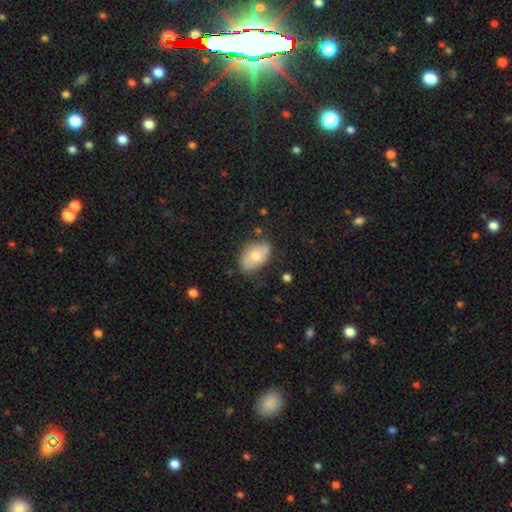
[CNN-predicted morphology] A smooth galaxy with no disk features (65%) that is in between round and cigar-shaped (89%).

Vote fractions:
- Smooth or featured? smooth: 65% / featured or disk: 28% / star or artifact: 7%
- How rounded? in between: 89% / round: 10% / cigar-shaped: 1%
- Merging? none: 70% / minor disturbance: 22% / major disturbance: 5% / merger: 2%